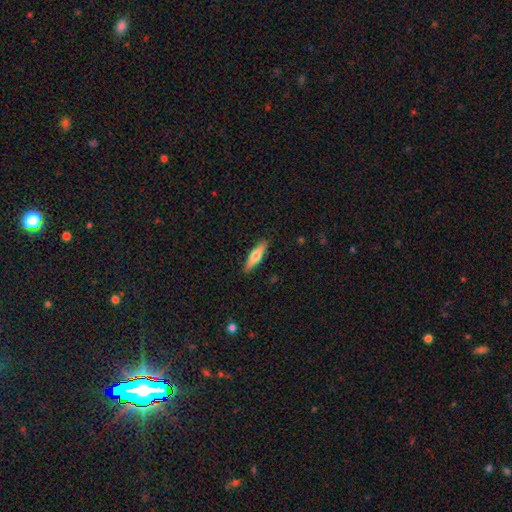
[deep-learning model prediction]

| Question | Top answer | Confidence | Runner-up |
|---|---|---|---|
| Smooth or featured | smooth | 49% | featured or disk (45%) |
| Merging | none | 90% | minor disturbance (7%) |